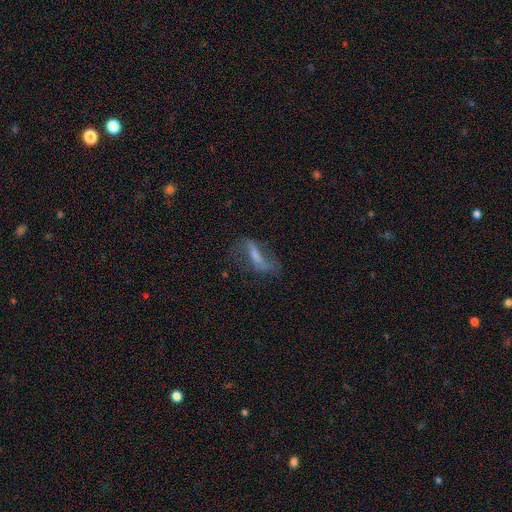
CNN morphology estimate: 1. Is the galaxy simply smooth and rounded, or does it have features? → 59% featured or disk, 30% smooth, 12% star or artifact.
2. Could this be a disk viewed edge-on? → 79% no, 21% yes.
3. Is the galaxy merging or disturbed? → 52% none, 22% minor disturbance, 22% major disturbance, 3% merger.